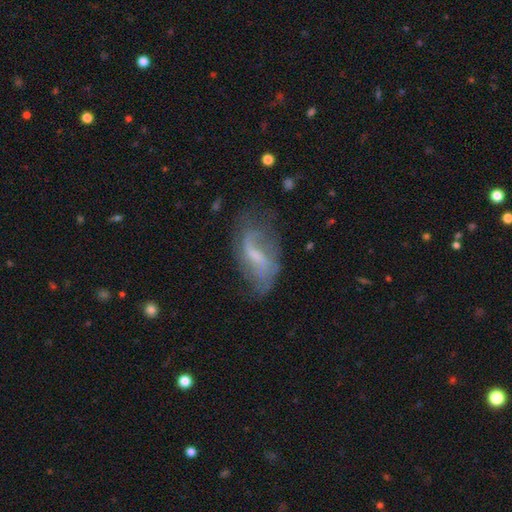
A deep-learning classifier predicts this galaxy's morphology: smooth-or-featured: featured or disk: 68% | smooth: 23% | star or artifact: 9%
  disk-edge-on: no: 93% | yes: 7%
    bar: weak: 52% | strong: 25% | no: 23%
    has-spiral-arms: yes: 79% | no: 21%
      spiral-winding: loose: 69% | medium: 23% | tight: 8%
      spiral-arm-count: 2: 69% | can't tell: 15% | 1: 11% | 3: 2% | 4: 1% | more than 4: 1%
    bulge-size: small: 46% | moderate: 27% | none: 23% | large: 3% | dominant: 1%
  merging: none: 53% | minor disturbance: 26% | major disturbance: 18% | merger: 3%